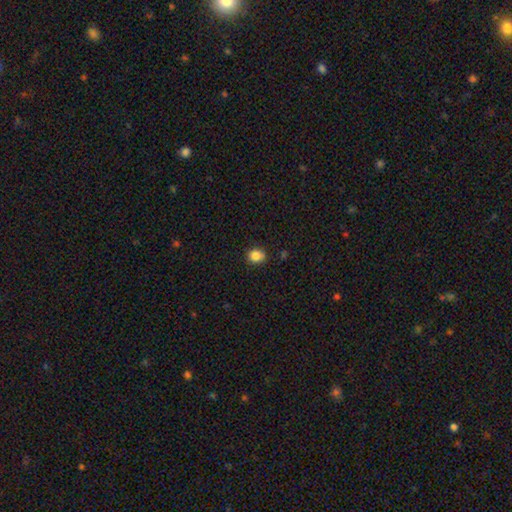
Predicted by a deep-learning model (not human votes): smooth 85%, star or artifact 11%, featured or disk 4%. Down the decision tree: how rounded — round (67%); merging — none (86%).